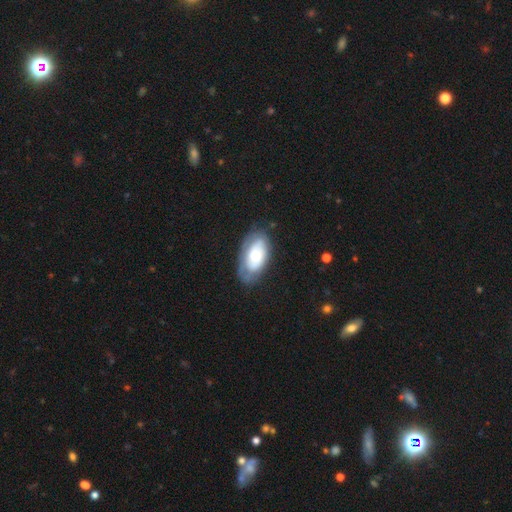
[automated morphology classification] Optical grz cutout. It shows a featured or disk galaxy (55%). Merging: none (68%).